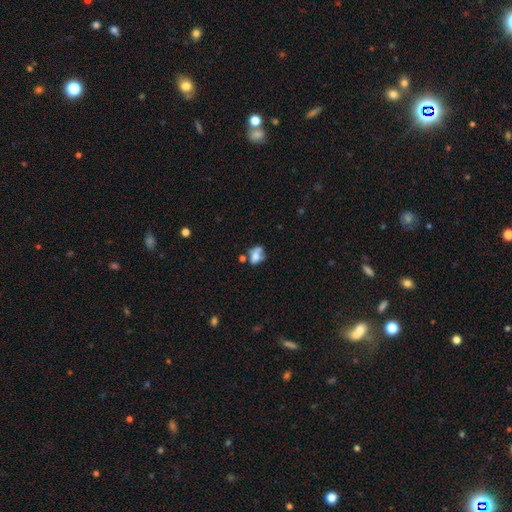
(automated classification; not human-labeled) Overall: smooth (63%; featured or disk 26%). How rounded: in between (75%). Merging: none (33%; merger 26%).